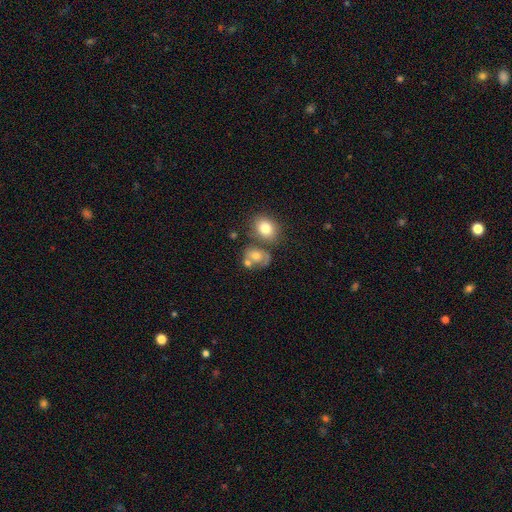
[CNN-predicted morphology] smooth 58%, featured or disk 30%, star or artifact 12%. Down the decision tree: how rounded — round (50%); merging — none (37%).